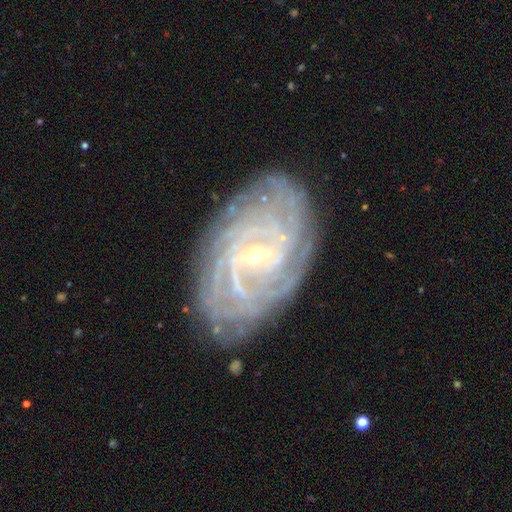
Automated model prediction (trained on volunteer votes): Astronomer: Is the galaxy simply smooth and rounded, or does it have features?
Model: featured or disk — 89%.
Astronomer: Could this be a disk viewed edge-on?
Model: no — 96%.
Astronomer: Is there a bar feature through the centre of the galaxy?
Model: weak — 47% (runner-up: strong, 31%).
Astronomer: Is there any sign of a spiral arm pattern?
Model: yes — 97%.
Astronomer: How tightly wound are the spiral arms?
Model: tight — 71%.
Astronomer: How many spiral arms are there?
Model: can't tell — 28% (runner-up: 4, 22%).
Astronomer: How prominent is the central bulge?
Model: small — 76%.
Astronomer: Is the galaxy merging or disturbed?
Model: none — 78%.